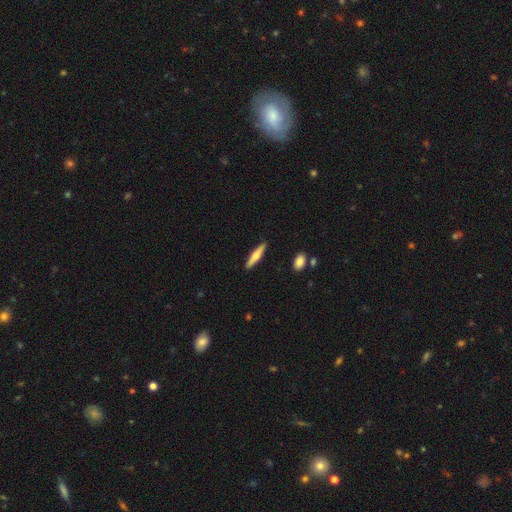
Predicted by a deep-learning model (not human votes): A smooth galaxy with no disk features (54%) that is cigar-shaped (84%).

Vote fractions:
- Smooth or featured? smooth: 54% / featured or disk: 41% / star or artifact: 6%
- How rounded? cigar-shaped: 84% / in between: 14% / round: 2%
- Merging? none: 90% / minor disturbance: 7% / major disturbance: 2% / merger: 1%